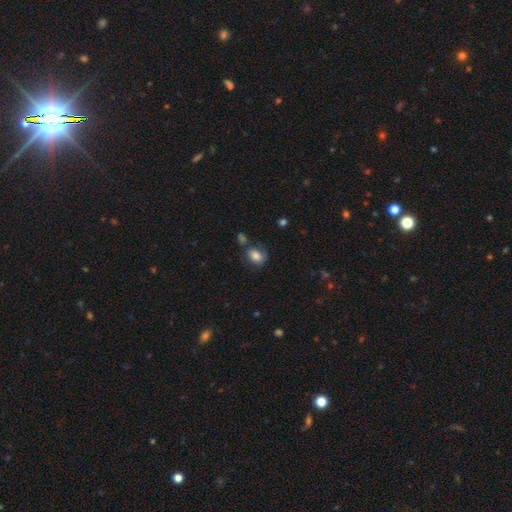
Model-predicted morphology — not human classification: Smooth or featured? smooth (78%)
How rounded? in between (61%)
Merging? none (58%)